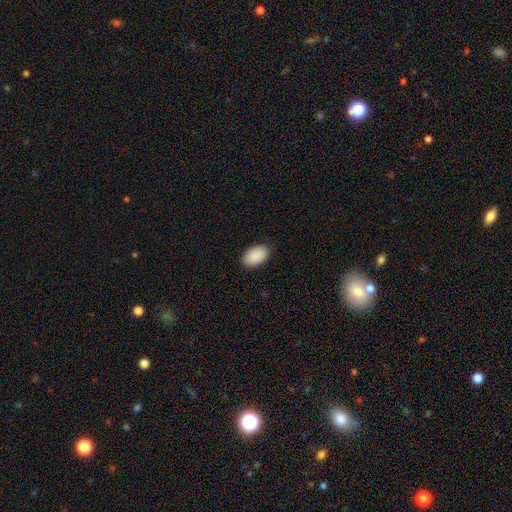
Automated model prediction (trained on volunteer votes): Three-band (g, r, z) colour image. It shows a smooth galaxy with no disk features (91%) that is in between round and cigar-shaped (94%). Merging: none (89%).